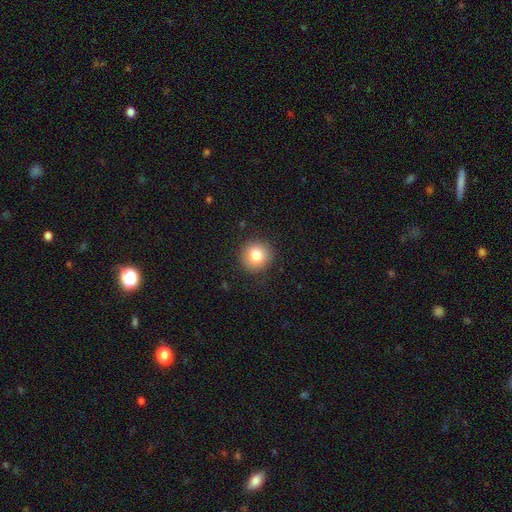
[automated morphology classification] smooth 80%, star or artifact 11%, featured or disk 9%. Down the decision tree: how rounded — round (92%); merging — none (90%).